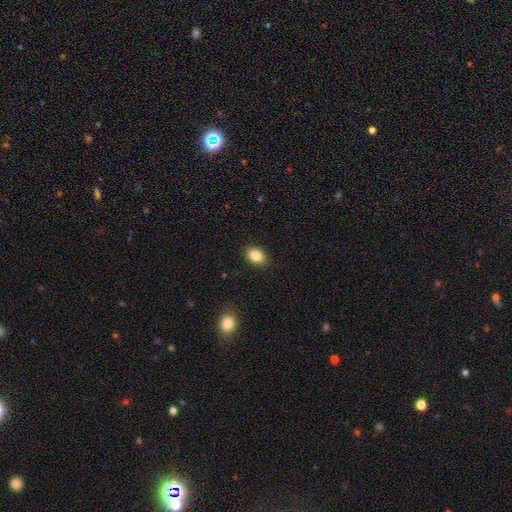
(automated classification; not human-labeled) smooth-or-featured: smooth: 85% | star or artifact: 9% | featured or disk: 6%
  how-rounded: in between: 82% | round: 17% | cigar-shaped: 1%
  merging: none: 89% | minor disturbance: 8% | major disturbance: 2% | merger: 1%